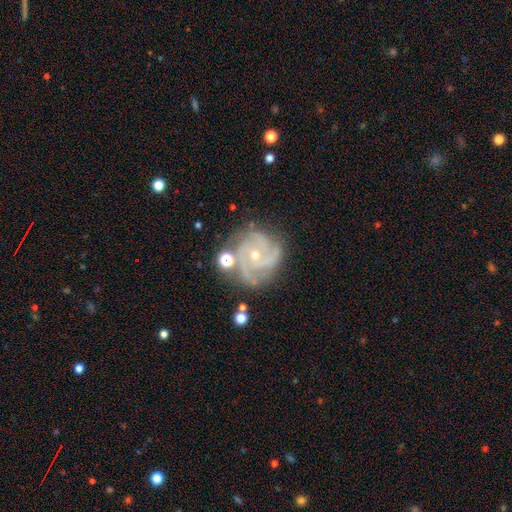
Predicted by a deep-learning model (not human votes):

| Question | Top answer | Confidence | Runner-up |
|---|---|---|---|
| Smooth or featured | featured or disk | 88% | star or artifact (7%) |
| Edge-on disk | no | 98% | yes (2%) |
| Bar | no | 72% | weak (23%) |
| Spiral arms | yes | 98% | no (2%) |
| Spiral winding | tight | 62% | medium (33%) |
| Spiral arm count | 3 | 54% | 2 (15%) |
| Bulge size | small | 70% | moderate (27%) |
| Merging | none | 68% | minor disturbance (19%) |